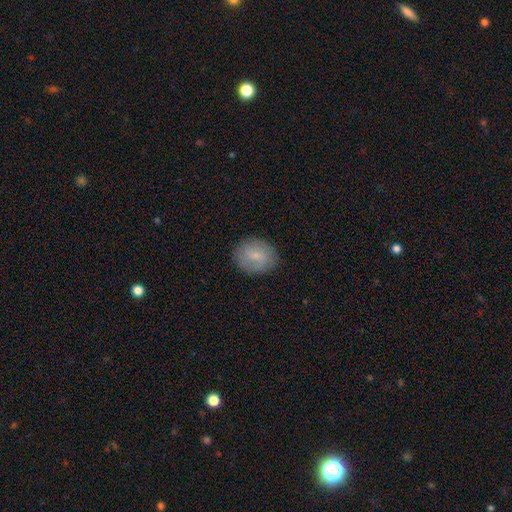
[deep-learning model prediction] A smooth galaxy with no disk features (69%) that is round (62%).

Vote fractions:
- Smooth or featured? smooth: 69% / featured or disk: 23% / star or artifact: 7%
- How rounded? round: 62% / in between: 37% / cigar-shaped: 1%
- Merging? none: 84% / minor disturbance: 12% / major disturbance: 3% / merger: 1%